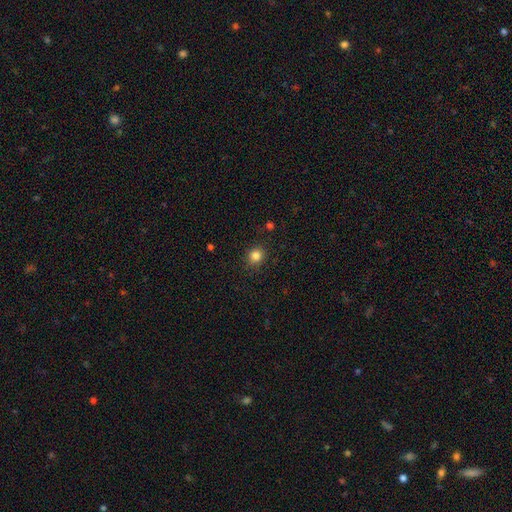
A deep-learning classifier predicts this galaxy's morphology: This is clearly a smooth galaxy (83%). How rounded: clearly round (80%). Merging: clearly none (87%).